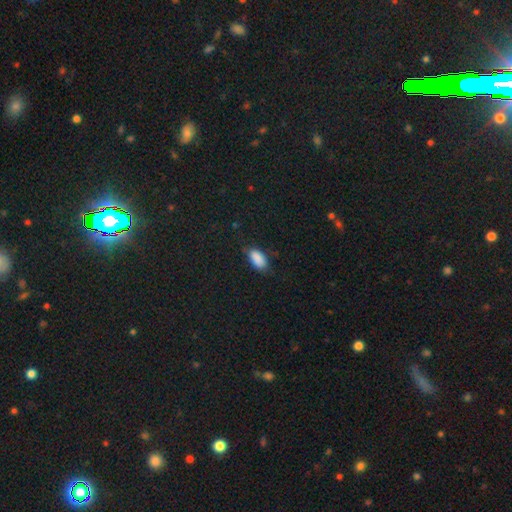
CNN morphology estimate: Overall: smooth (88%). How rounded: in between (93%). Merging: none (73%).